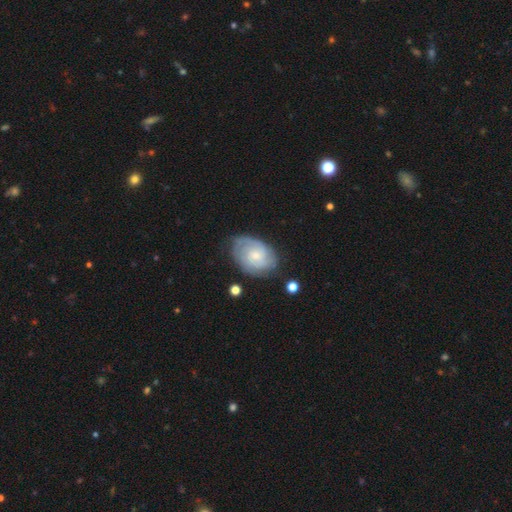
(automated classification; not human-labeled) Smooth or featured? featured or disk (72%)
Edge-on disk? no (97%)
Bar? no (68%)
Spiral arms? yes (92%)
Spiral winding? tight (62%)
Spiral arm count? can't tell (37%)
Bulge size? small (57%)
Merging? none (70%)